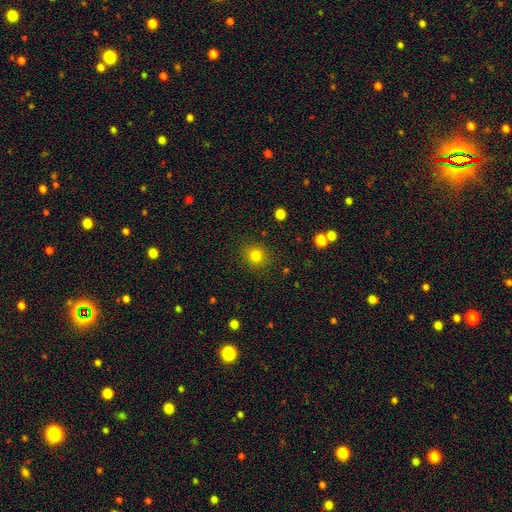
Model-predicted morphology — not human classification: Smooth or featured? smooth (81%)
How rounded? round (89%)
Merging? none (89%)